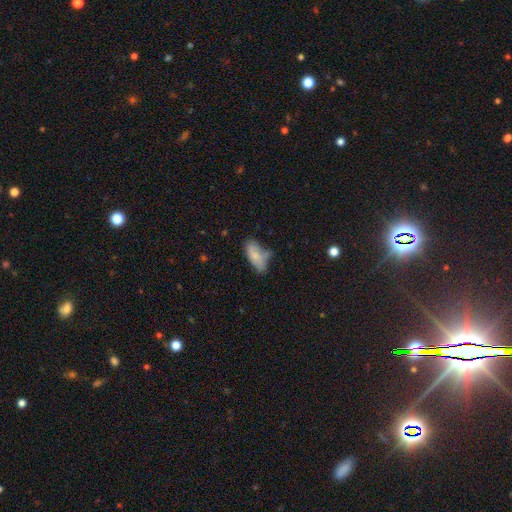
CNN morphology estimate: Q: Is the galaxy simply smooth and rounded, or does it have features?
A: smooth — 77%.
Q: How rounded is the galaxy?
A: in between — 87%.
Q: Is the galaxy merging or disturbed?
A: none — 46%.